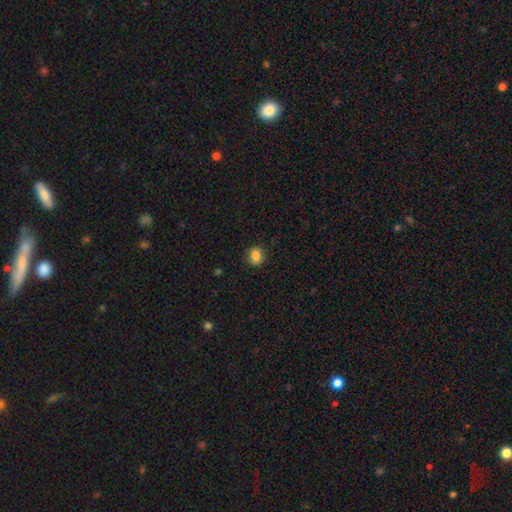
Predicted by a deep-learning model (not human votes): This is clearly a smooth galaxy (84%). How rounded: possibly round (59%). Merging: clearly none (85%).